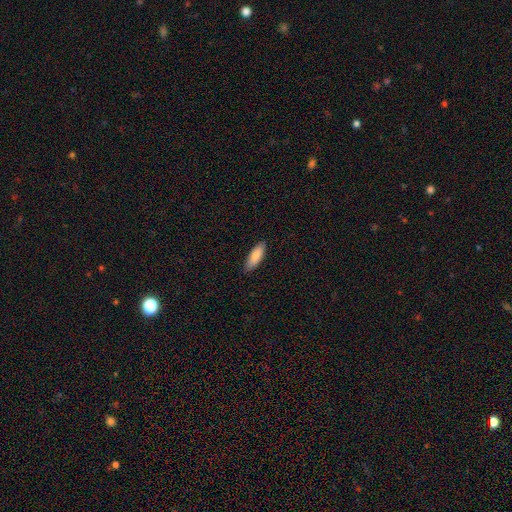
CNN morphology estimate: Smooth or featured: smooth — 85% (featured or disk — 9%)
How rounded: in between — 58% (cigar-shaped — 40%)
Merging: none — 87% (minor disturbance — 10%)